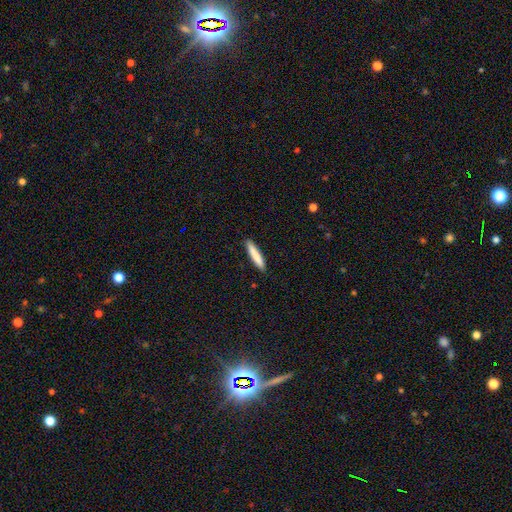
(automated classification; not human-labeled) Smooth or featured?
  - smooth: 82% *
  - featured or disk: 12%
  - star or artifact: 6%
How rounded?
  - cigar-shaped: 92% *
  - in between: 7%
  - round: 1%
Merging?
  - none: 90% *
  - minor disturbance: 7%
  - major disturbance: 1%
  - merger: 1%